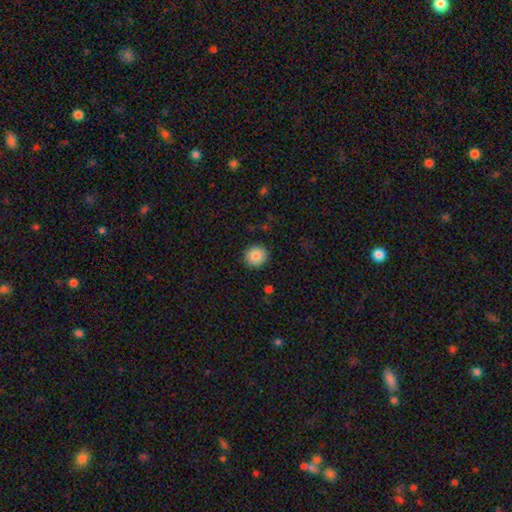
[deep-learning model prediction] This is clearly a smooth galaxy (85%). How rounded: clearly round (91%). Merging: clearly none (90%).